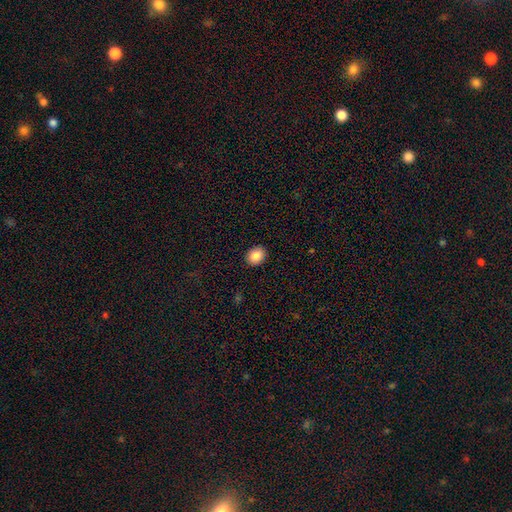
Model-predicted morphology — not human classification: The model was most divided on "how rounded": round: 57%, in between: 42%, cigar-shaped: 1%. More confident: merging — none (91%); smooth or featured — smooth (87%).